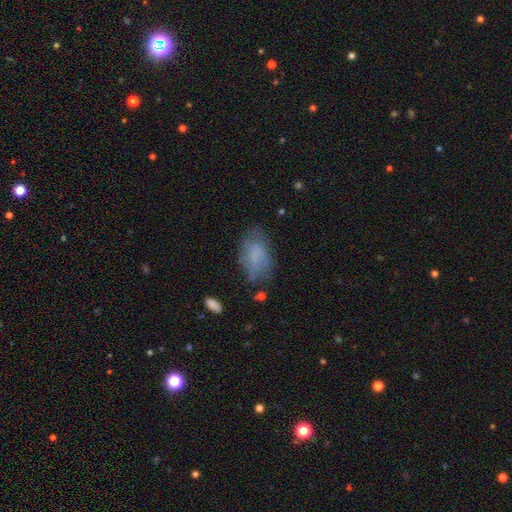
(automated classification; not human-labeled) This is likely a smooth galaxy (62%). How rounded: clearly in between (91%). Merging: possibly none (53%).